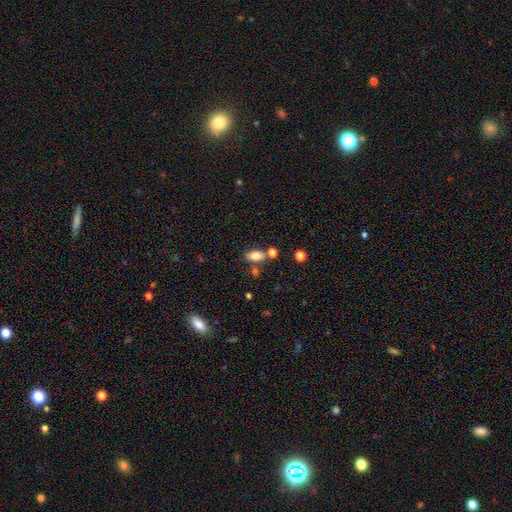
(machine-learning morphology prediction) Smooth or featured? smooth (82%)
How rounded? in between (87%)
Merging? none (67%)